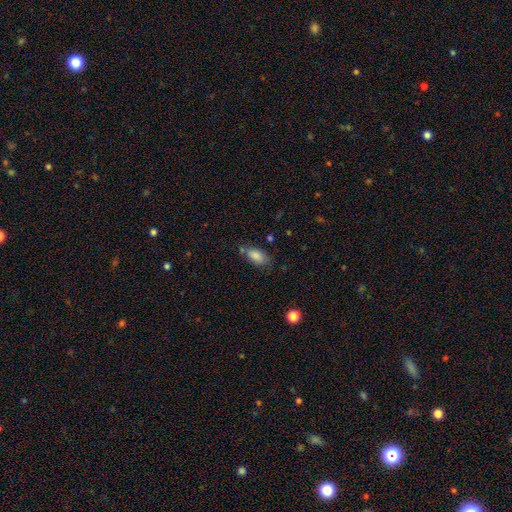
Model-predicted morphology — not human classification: type=smooth (85%); roundness=in between (91%); merging=none (61%).